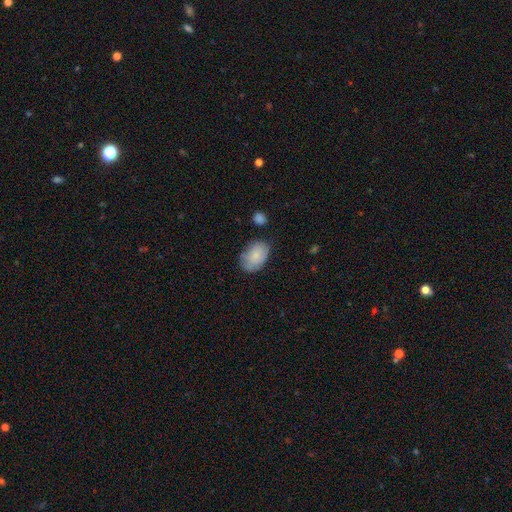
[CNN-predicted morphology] This is clearly a smooth galaxy (83%). How rounded: clearly in between (88%). Merging: likely none (68%).